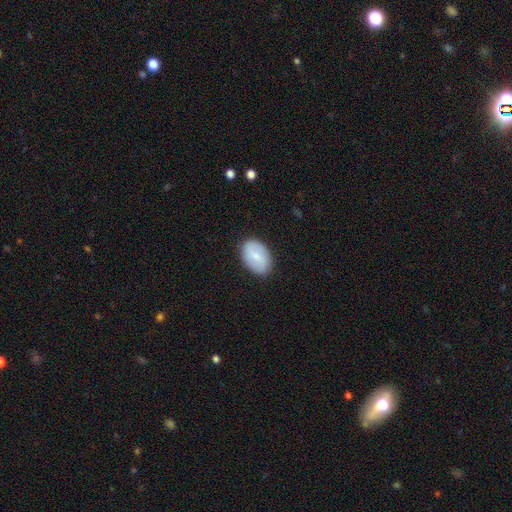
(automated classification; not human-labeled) Overall: smooth (69%). How rounded: in between (85%). Merging: none (86%).